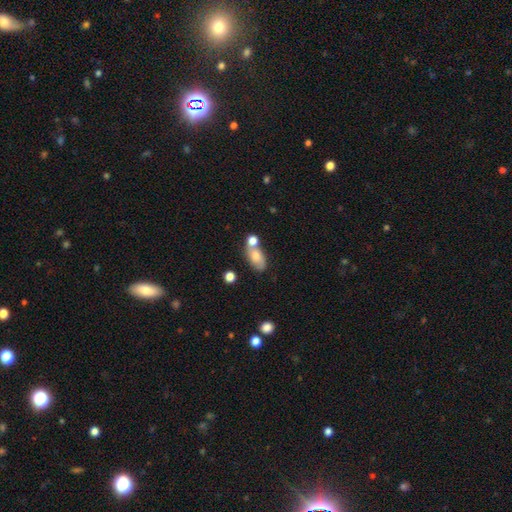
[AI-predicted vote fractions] This is likely a smooth galaxy (71%). How rounded: clearly in between (83%). Merging: possibly none (47%).